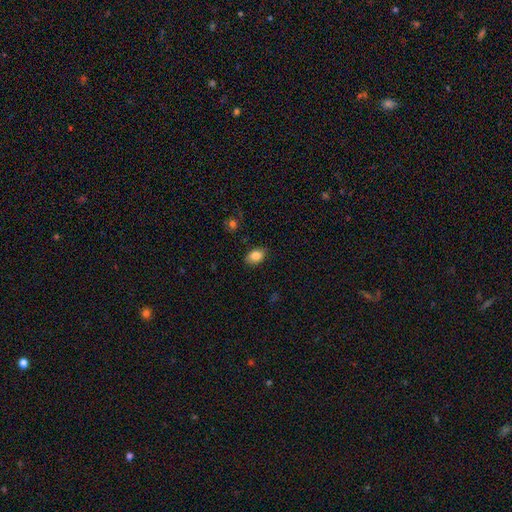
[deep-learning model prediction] smooth 85%, star or artifact 8%, featured or disk 6%. Down the decision tree: how rounded — in between (85%); merging — none (85%).